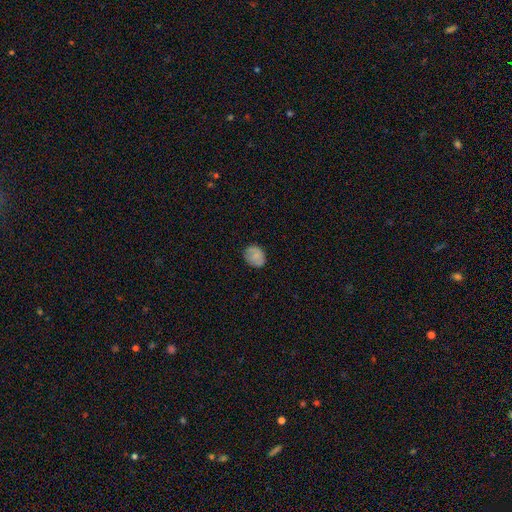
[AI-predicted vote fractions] Smooth or featured? smooth (81%)
How rounded? in between (53%)
Merging? none (79%)